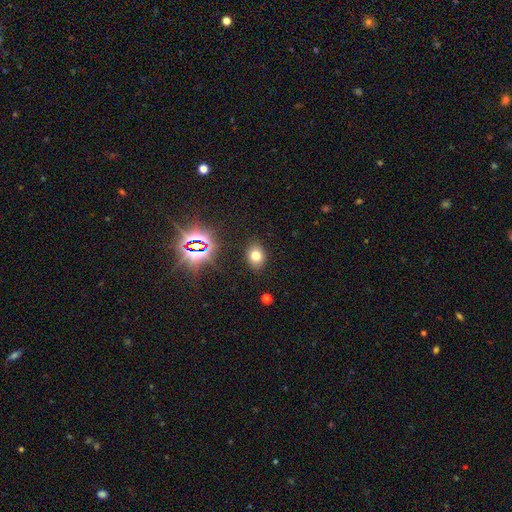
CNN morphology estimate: smooth-or-featured: smooth: 71% | star or artifact: 20% | featured or disk: 9%
  how-rounded: in between: 62% | round: 37% | cigar-shaped: 1%
  merging: none: 87% | minor disturbance: 9% | major disturbance: 3% | merger: 2%